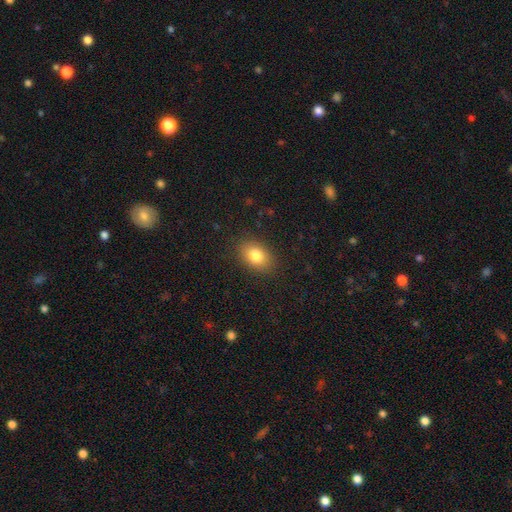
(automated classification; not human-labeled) The model was most divided on "how rounded": in between: 76%, round: 22%, cigar-shaped: 1%. More confident: merging — none (87%); smooth or featured — smooth (81%).